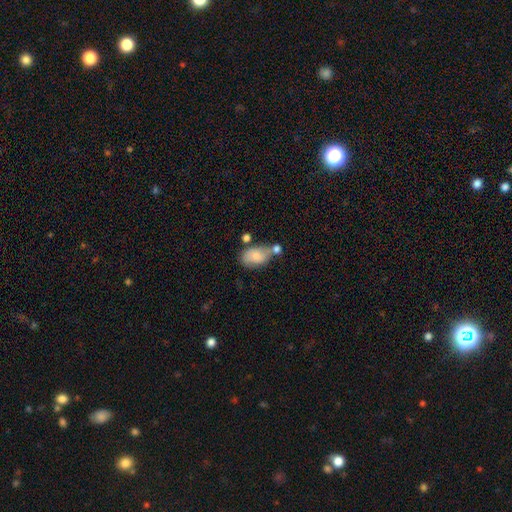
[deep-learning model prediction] Q: Smooth or featured?
A: smooth (73%); runner-up: featured or disk (19%)
Q: How rounded?
A: in between (90%); runner-up: round (8%)
Q: Merging?
A: none (41%); runner-up: merger (26%)